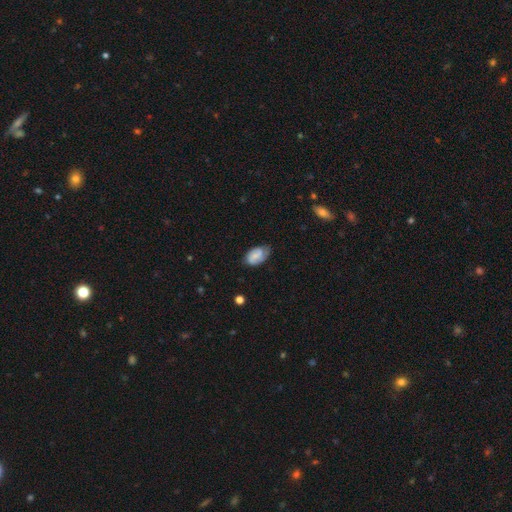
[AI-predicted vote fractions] Smooth or featured?
  - smooth: 47% *
  - featured or disk: 45%
  - star or artifact: 8%
Merging?
  - none: 61% *
  - minor disturbance: 29%
  - major disturbance: 7%
  - merger: 2%